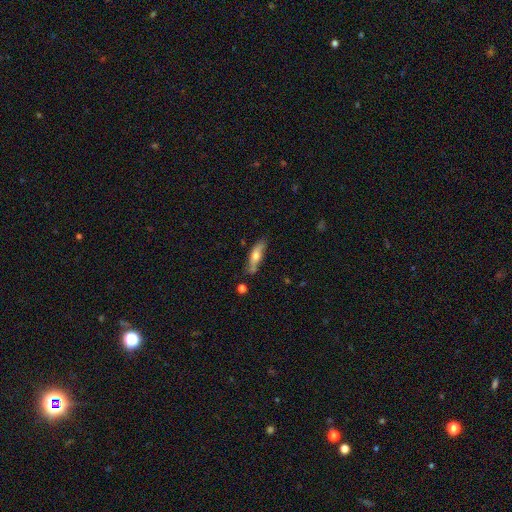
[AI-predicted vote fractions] smooth_or_featured: smooth (p=0.54) [alt: featured or disk p=0.39]
how_rounded: cigar-shaped (p=0.62) [alt: in between p=0.36]
merging: none (p=0.69) [alt: minor disturbance p=0.21]